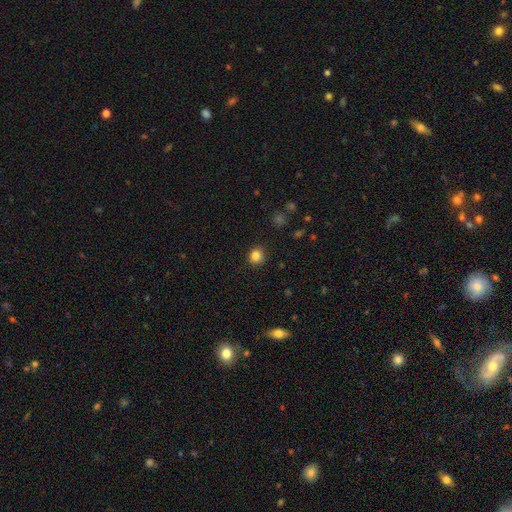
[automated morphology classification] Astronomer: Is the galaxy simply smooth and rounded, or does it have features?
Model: smooth — 84%.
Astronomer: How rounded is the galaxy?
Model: round — 88%.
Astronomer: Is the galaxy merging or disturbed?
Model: none — 91%.